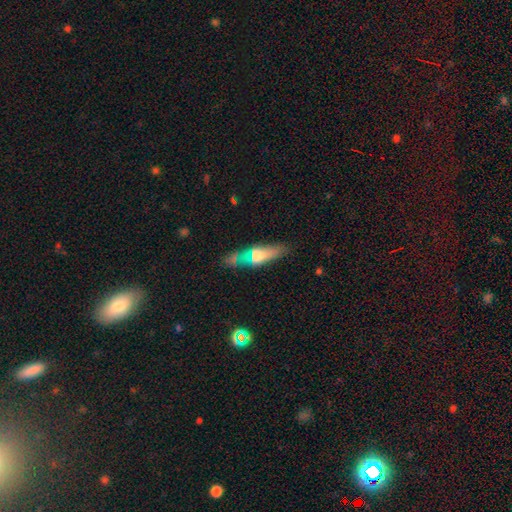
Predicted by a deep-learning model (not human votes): Q: Smooth or featured?
A: smooth (56%); runner-up: featured or disk (32%)
Q: How rounded?
A: cigar-shaped (56%); runner-up: in between (40%)
Q: Merging?
A: none (74%); runner-up: minor disturbance (16%)